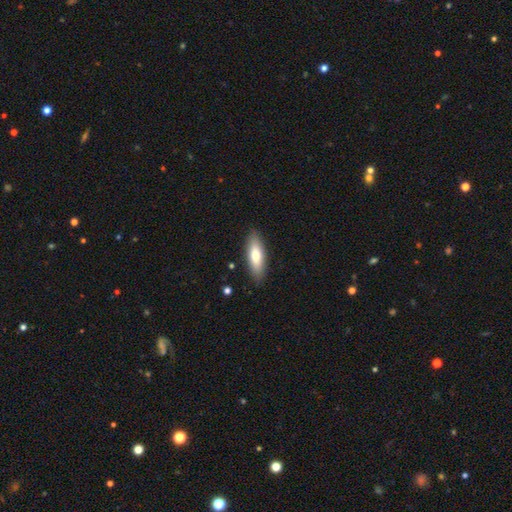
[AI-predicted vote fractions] This is likely a smooth galaxy (69%). How rounded: possibly in between (56%). Merging: clearly none (87%).